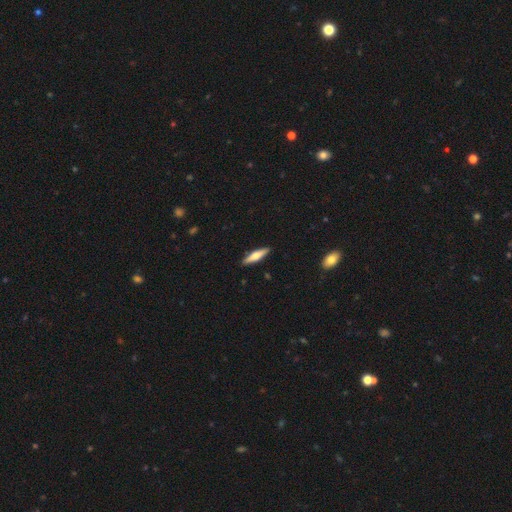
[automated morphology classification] This is possibly a smooth galaxy (50%). How rounded: likely cigar-shaped (76%). Merging: clearly none (90%).